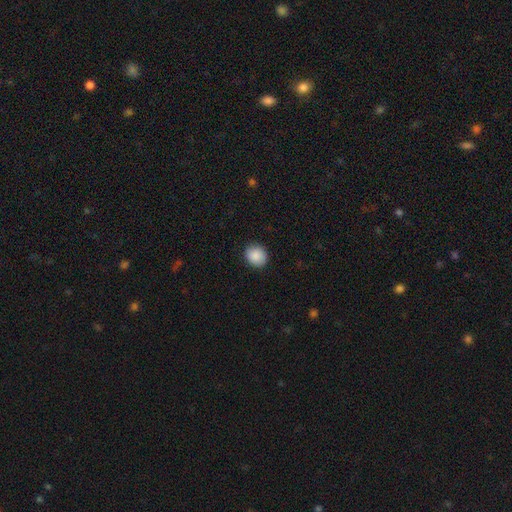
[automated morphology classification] This is clearly a smooth galaxy (89%). How rounded: likely round (75%). Merging: clearly none (89%).